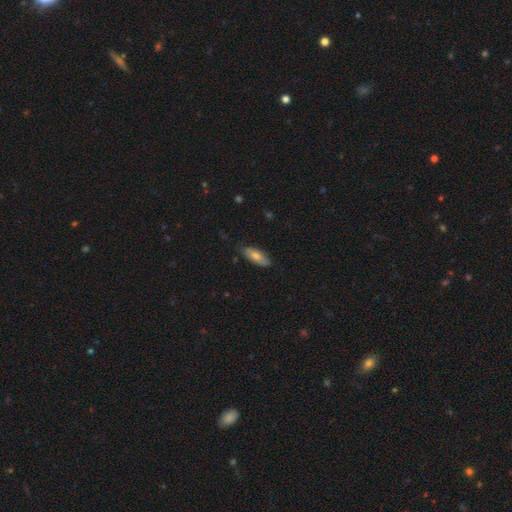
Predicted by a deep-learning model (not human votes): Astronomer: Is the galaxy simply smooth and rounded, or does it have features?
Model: smooth — 68%.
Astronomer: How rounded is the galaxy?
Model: in between — 73%.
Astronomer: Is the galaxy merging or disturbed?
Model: none — 79%.